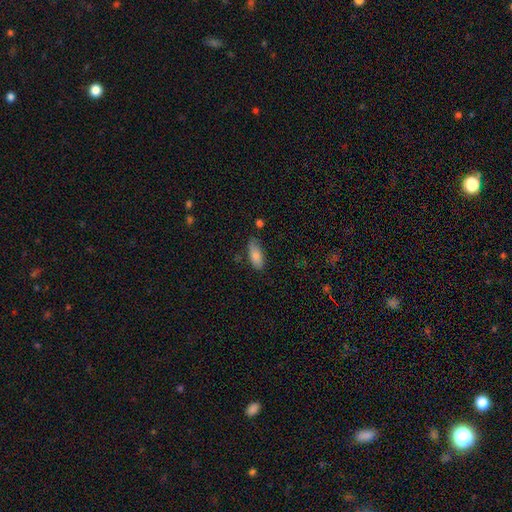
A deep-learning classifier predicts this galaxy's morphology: This appears to be a smooth galaxy with no disk features (82%) that is in between round and cigar-shaped (82%). Merging: none (72%).